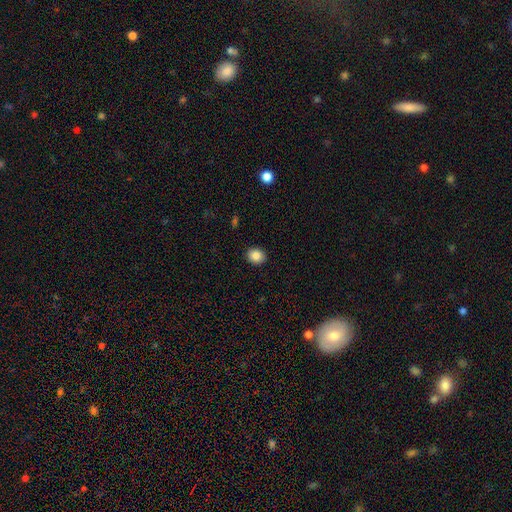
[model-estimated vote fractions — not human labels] This appears to be a smooth galaxy with no disk features (86%) that is round (64%). Merging: none (91%).